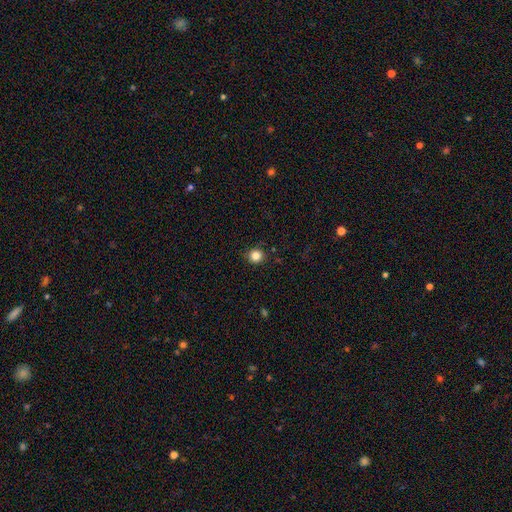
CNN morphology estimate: smooth 84%, star or artifact 12%, featured or disk 4%. Down the decision tree: how rounded — round (93%); merging — none (90%).